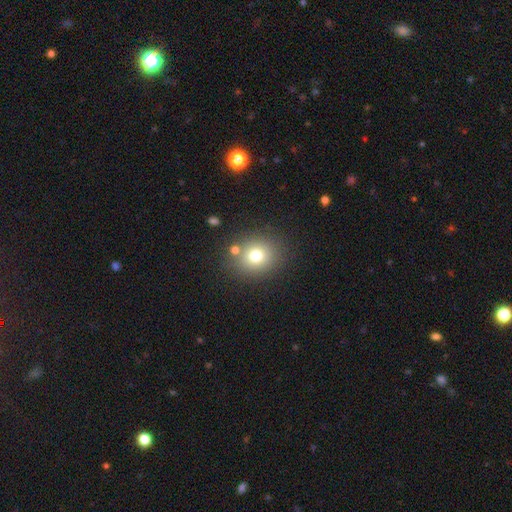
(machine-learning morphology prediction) A smooth galaxy with no disk features (74%) that is round (76%). Merging: none (79%).